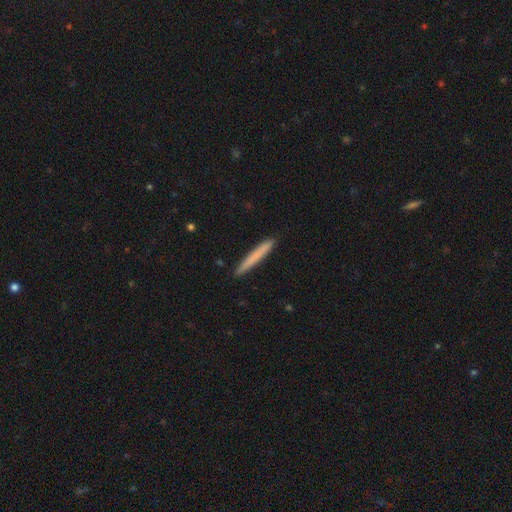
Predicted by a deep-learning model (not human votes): Smooth or featured?
  - smooth: 74% *
  - featured or disk: 20%
  - star or artifact: 5%
How rounded?
  - cigar-shaped: 97% *
  - in between: 2%
  - round: 1%
Merging?
  - none: 92% *
  - minor disturbance: 6%
  - major disturbance: 1%
  - merger: 1%